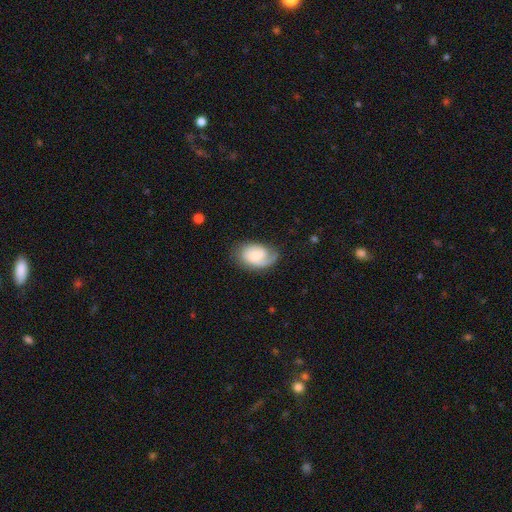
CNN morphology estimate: smooth-or-featured: featured or disk: 63% | smooth: 30% | star or artifact: 6%
  disk-edge-on: no: 97% | yes: 3%
    bar: no: 50% | weak: 42% | strong: 8%
    has-spiral-arms: yes: 92% | no: 8%
      spiral-winding: tight: 42% | medium: 38% | loose: 19%
      spiral-arm-count: 1: 52% | 2: 34% | can't tell: 10% | 3: 2% | 4: 1% | more than 4: 1%
    bulge-size: small: 43% | moderate: 34% | none: 12% | large: 8% | dominant: 2%
  merging: none: 67% | minor disturbance: 21% | major disturbance: 10% | merger: 2%